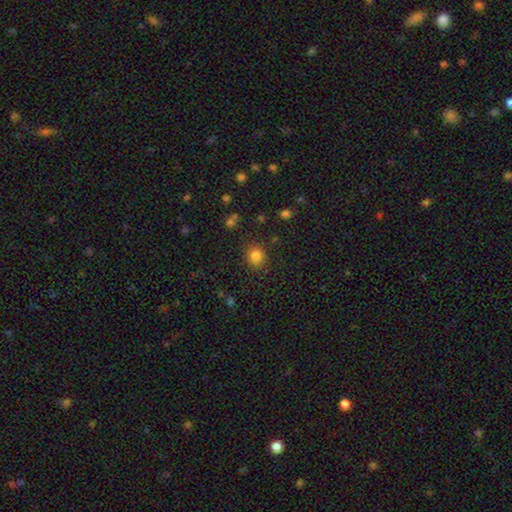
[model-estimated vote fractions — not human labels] Overall: smooth (83%). How rounded: round (74%). Merging: none (86%).